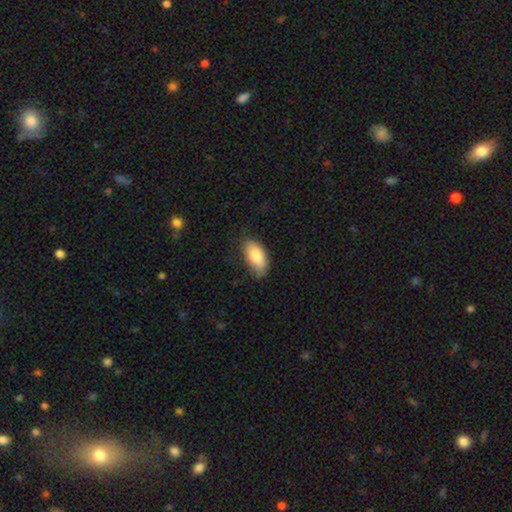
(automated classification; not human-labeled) smooth_or_featured: smooth (p=0.83) [alt: featured or disk p=0.10]
how_rounded: in between (p=0.93) [alt: cigar-shaped p=0.04]
merging: none (p=0.69) [alt: minor disturbance p=0.25]